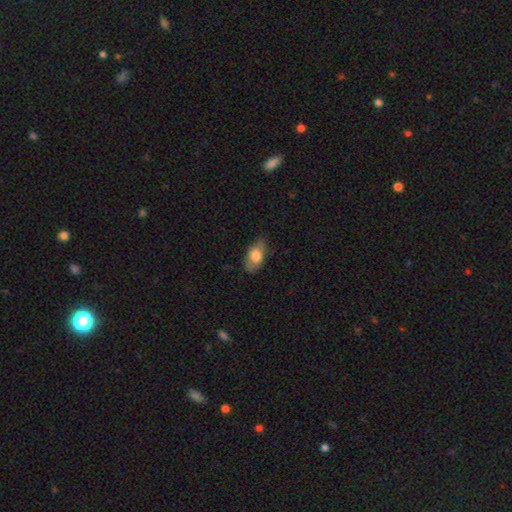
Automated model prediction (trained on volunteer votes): smooth-or-featured: smooth: 68% | featured or disk: 25% | star or artifact: 7%
  how-rounded: in between: 89% | round: 7% | cigar-shaped: 4%
  merging: none: 74% | minor disturbance: 20% | major disturbance: 5% | merger: 1%